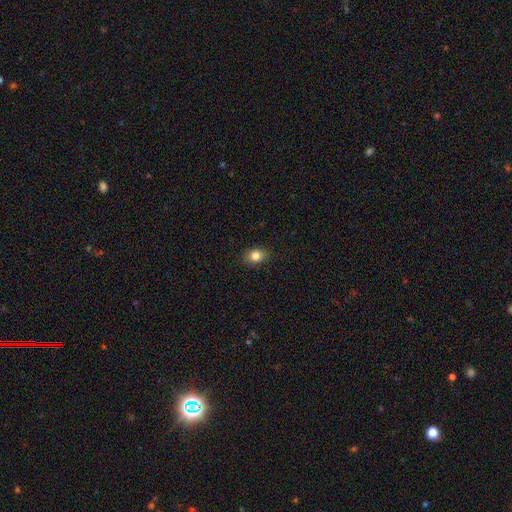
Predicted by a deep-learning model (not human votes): smooth-or-featured: smooth: 84% | star or artifact: 10% | featured or disk: 6%
  how-rounded: in between: 58% | round: 40% | cigar-shaped: 1%
  merging: none: 88% | minor disturbance: 9% | major disturbance: 2% | merger: 1%